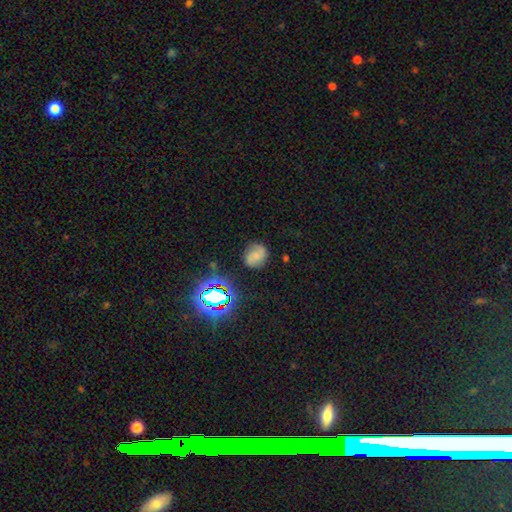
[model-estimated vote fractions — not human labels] Overall: smooth (55%; featured or disk 26%). How rounded: round (70%). Merging: none (72%).